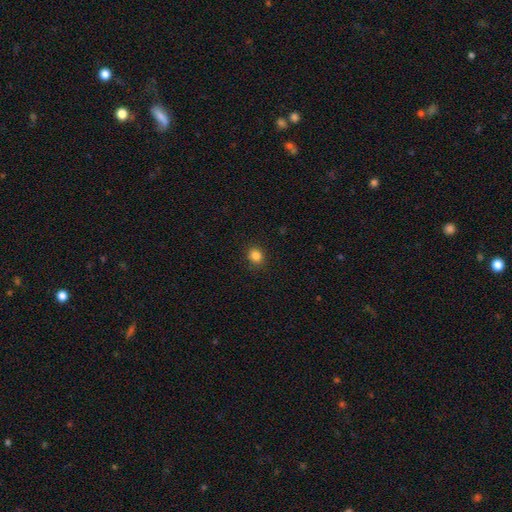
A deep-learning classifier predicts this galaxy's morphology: The model was most divided on "how rounded": round: 72%, in between: 27%, cigar-shaped: 1%. More confident: merging — none (90%); smooth or featured — smooth (84%).